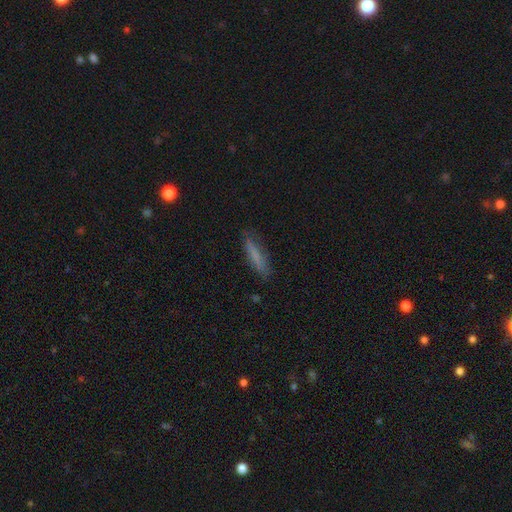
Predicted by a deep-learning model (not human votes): This appears to be a smooth galaxy with no disk features (72%) that is cigar-shaped (81%). Merging: none (81%).